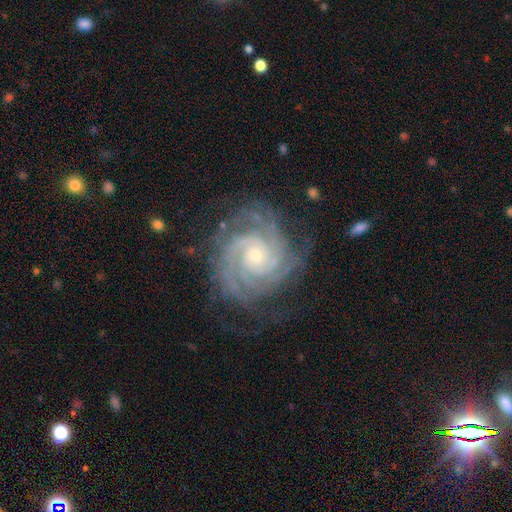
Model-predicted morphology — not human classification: Smooth or featured? Predicted: featured or disk (p=0.92). Edge-on disk? Predicted: no (p=0.98). Bar? Predicted: no (p=0.76). Spiral arms? Predicted: yes (p=0.99). Spiral winding? Predicted: tight (p=0.78). Spiral arm count? Predicted: 3 (p=0.26). Bulge size? Predicted: small (p=0.70). Merging? Predicted: none (p=0.75).